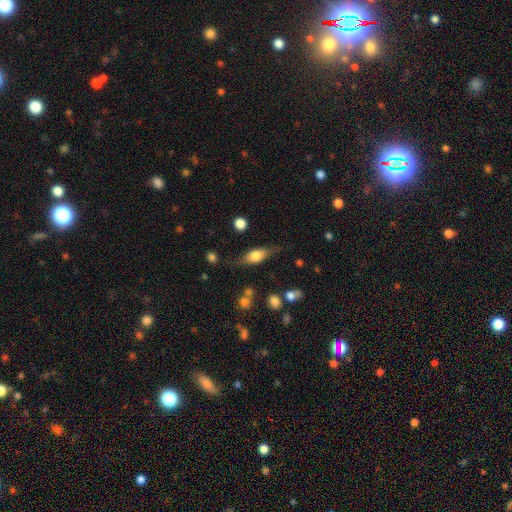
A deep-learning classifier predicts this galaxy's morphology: A smooth galaxy with no disk features (55%) that is in between round and cigar-shaped (71%).

Vote fractions:
- Smooth or featured? smooth: 55% / featured or disk: 38% / star or artifact: 7%
- How rounded? in between: 71% / cigar-shaped: 23% / round: 6%
- Merging? none: 67% / minor disturbance: 22% / major disturbance: 8% / merger: 3%